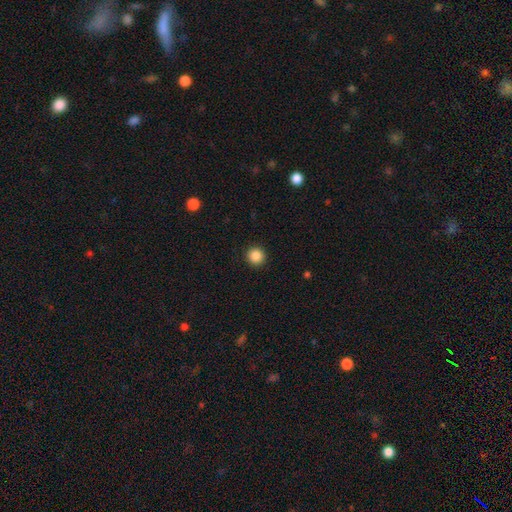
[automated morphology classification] This is clearly a smooth galaxy (87%). How rounded: clearly round (95%). Merging: clearly none (93%).